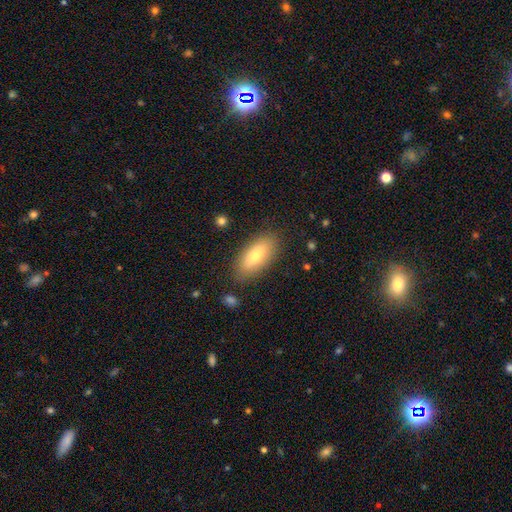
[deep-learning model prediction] Smooth or featured: smooth — 74% (featured or disk — 19%)
How rounded: in between — 80% (cigar-shaped — 18%)
Merging: none — 85% (minor disturbance — 10%)